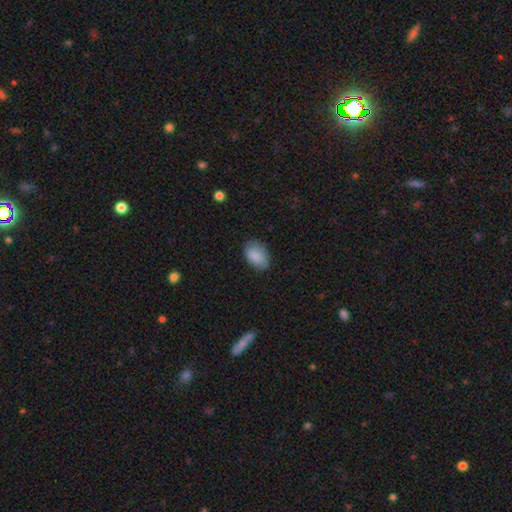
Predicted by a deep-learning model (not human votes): smooth_or_featured: smooth (p=0.87) [alt: star or artifact p=0.07]
how_rounded: in between (p=0.89) [alt: round p=0.09]
merging: none (p=0.79) [alt: minor disturbance p=0.17]